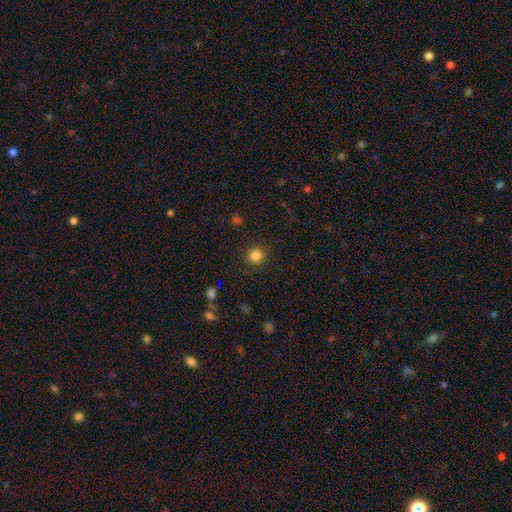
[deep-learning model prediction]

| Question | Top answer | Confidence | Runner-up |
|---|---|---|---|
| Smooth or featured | smooth | 83% | star or artifact (13%) |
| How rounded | round | 94% | in between (6%) |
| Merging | none | 90% | minor disturbance (6%) |